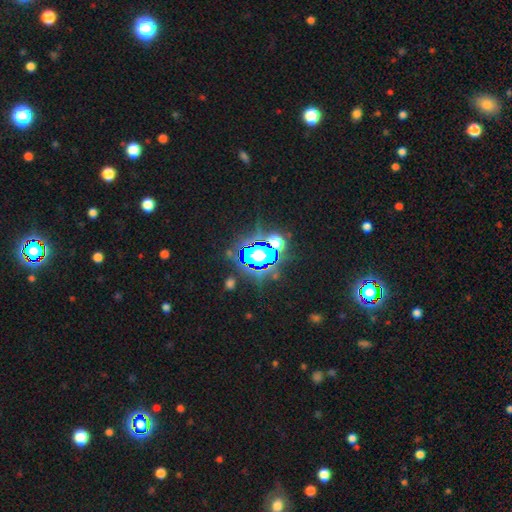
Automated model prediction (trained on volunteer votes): smooth-or-featured: star or artifact: 80% | smooth: 12% | featured or disk: 8%